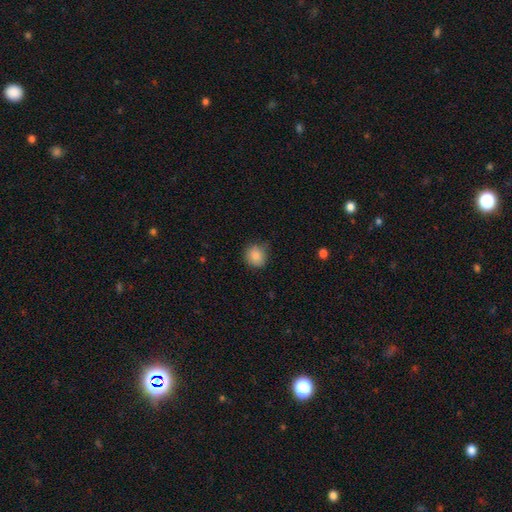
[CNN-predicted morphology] Smooth or featured: smooth — 86% (star or artifact — 9%)
How rounded: round — 85% (in between — 14%)
Merging: none — 78% (minor disturbance — 18%)